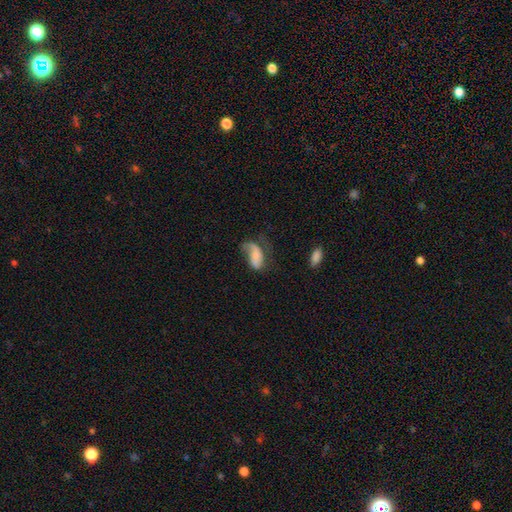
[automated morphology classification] Smooth or featured? Predicted: smooth (p=0.53). How rounded? Predicted: in between (p=0.89). Merging? Predicted: major disturbance (p=0.41).